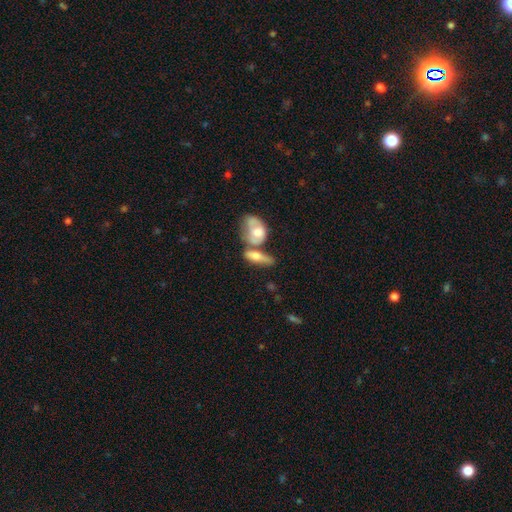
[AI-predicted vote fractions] Q: Smooth or featured?
A: smooth (56%); runner-up: featured or disk (38%)
Q: How rounded?
A: in between (65%); runner-up: cigar-shaped (26%)
Q: Merging?
A: merger (49%); runner-up: none (30%)